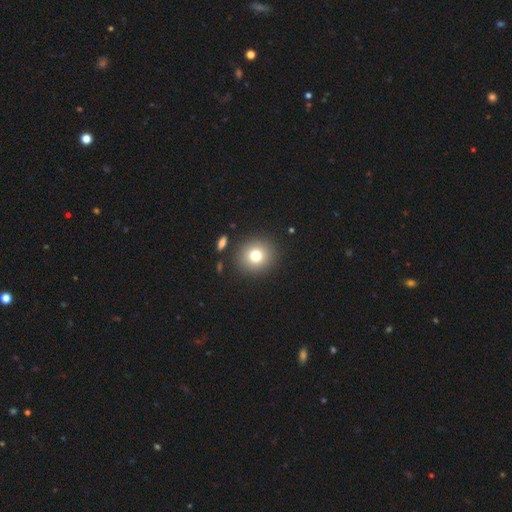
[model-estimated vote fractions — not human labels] Smooth or featured? Predicted: smooth (p=0.77). How rounded? Predicted: round (p=0.87). Merging? Predicted: none (p=0.88).